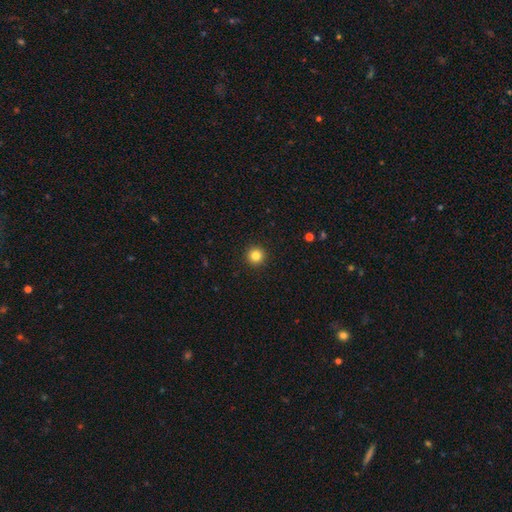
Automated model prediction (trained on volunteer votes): Smooth or featured?
  - smooth: 83% *
  - star or artifact: 12%
  - featured or disk: 5%
How rounded?
  - round: 96% *
  - in between: 3%
  - cigar-shaped: 1%
Merging?
  - none: 94% *
  - minor disturbance: 4%
  - major disturbance: 1%
  - merger: 1%